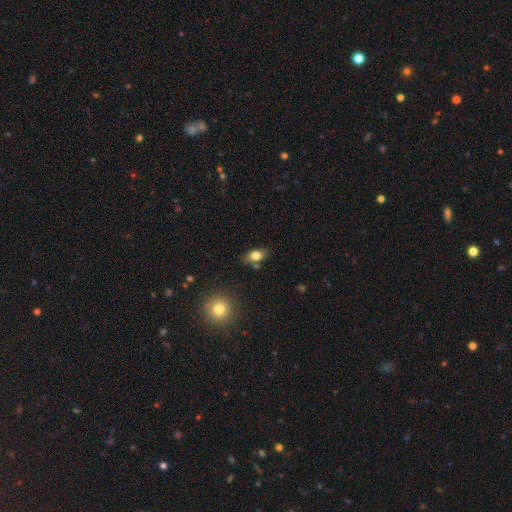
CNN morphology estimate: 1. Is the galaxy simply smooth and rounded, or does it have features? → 77% smooth, 14% featured or disk, 9% star or artifact.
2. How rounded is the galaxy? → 81% in between, 13% round, 5% cigar-shaped.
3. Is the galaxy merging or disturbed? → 75% none, 14% minor disturbance, 7% merger, 3% major disturbance.